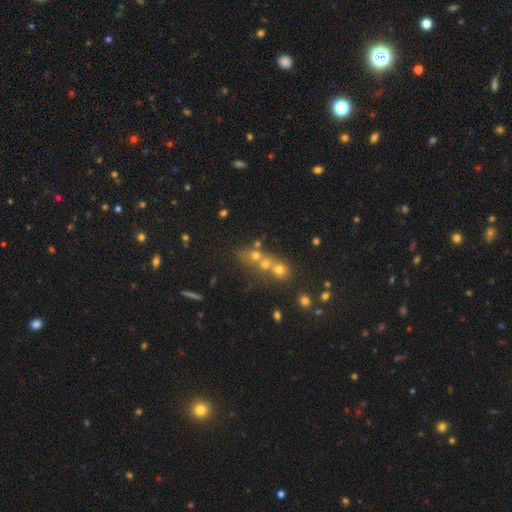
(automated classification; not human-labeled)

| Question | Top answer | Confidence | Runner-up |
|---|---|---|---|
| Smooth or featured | smooth | 53% | star or artifact (24%) |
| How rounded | round | 66% | in between (30%) |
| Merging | merger | 55% | none (32%) |